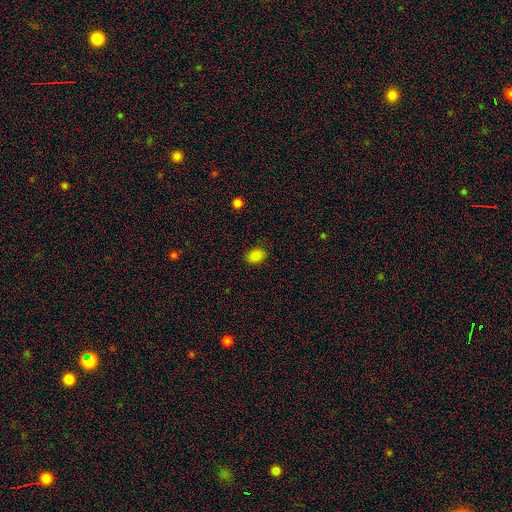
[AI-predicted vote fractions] Smooth or featured? smooth (85%)
How rounded? in between (62%)
Merging? none (87%)